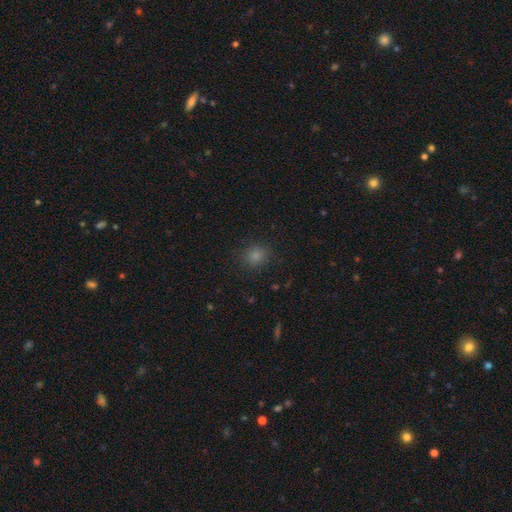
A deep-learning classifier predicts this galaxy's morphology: A smooth galaxy with no disk features (81%) that is round (80%). Merging: none (87%).